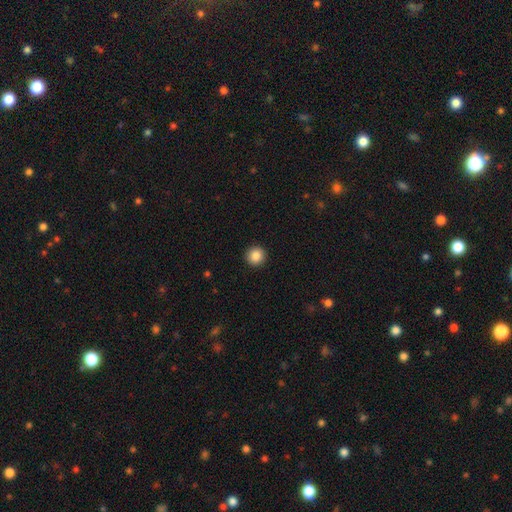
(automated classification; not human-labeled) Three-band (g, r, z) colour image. It shows a smooth galaxy with no disk features (87%) that is round (95%). Merging: none (93%).